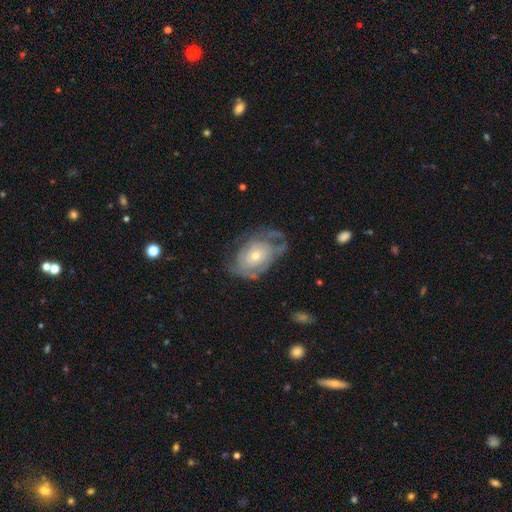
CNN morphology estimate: smooth-or-featured: featured or disk: 71% | smooth: 22% | star or artifact: 7%
  disk-edge-on: no: 95% | yes: 5%
    bar: no: 81% | weak: 16% | strong: 4%
    has-spiral-arms: yes: 71% | no: 29%
    bulge-size: small: 52% | moderate: 43% | large: 3% | none: 1% | dominant: 1%
  merging: none: 50% | minor disturbance: 25% | major disturbance: 23% | merger: 2%